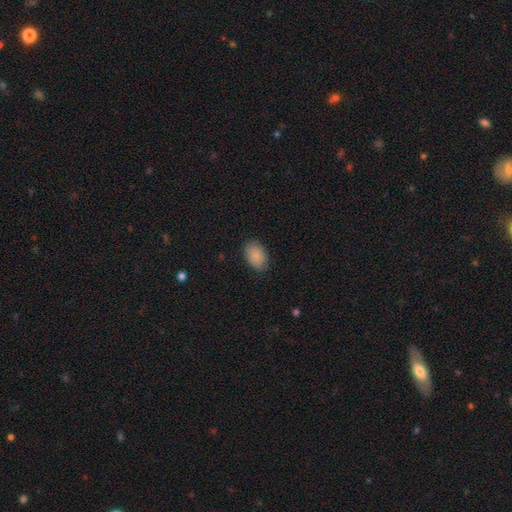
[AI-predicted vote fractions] smooth-or-featured: smooth: 87% | star or artifact: 7% | featured or disk: 6%
  how-rounded: in between: 89% | round: 10% | cigar-shaped: 1%
  merging: none: 85% | minor disturbance: 12% | major disturbance: 3% | merger: 1%